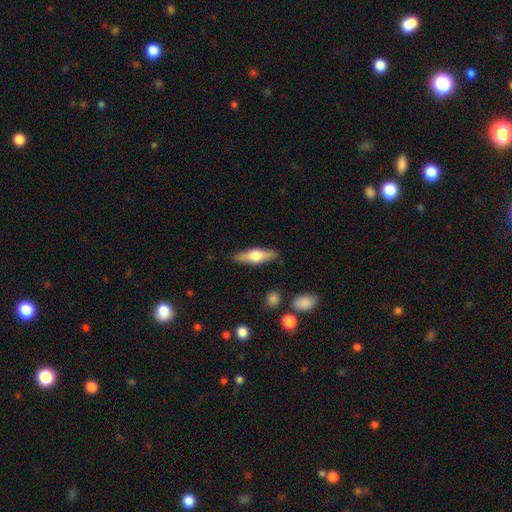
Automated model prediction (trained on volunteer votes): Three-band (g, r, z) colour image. It shows a featured or disk galaxy (57%) viewed edge-on (94%) with a rounded central bulge (93%). Merging: none (88%).